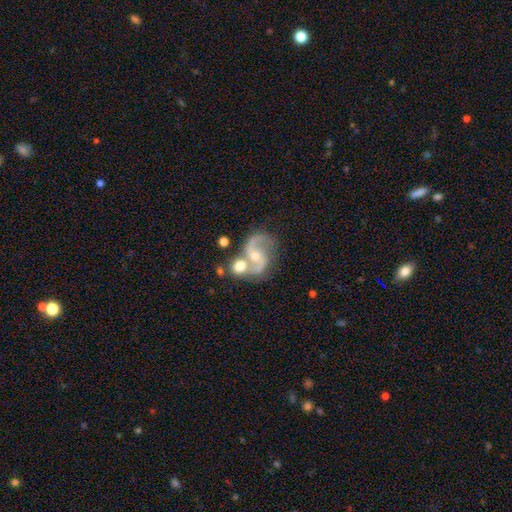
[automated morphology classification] smooth_or_featured: featured or disk (p=0.86) [alt: smooth p=0.08]
disk_edge_on: no (p=0.98) [alt: yes p=0.02]
bar: no (p=0.52) [alt: weak p=0.37]
has_spiral_arms: yes (p=0.96) [alt: no p=0.04]
spiral_winding: medium (p=0.48) [alt: loose p=0.43]
spiral_arm_count: 2 (p=0.92) [alt: 1 p=0.03]
bulge_size: moderate (p=0.48) [alt: small p=0.45]
merging: none (p=0.45) [alt: merger p=0.35]